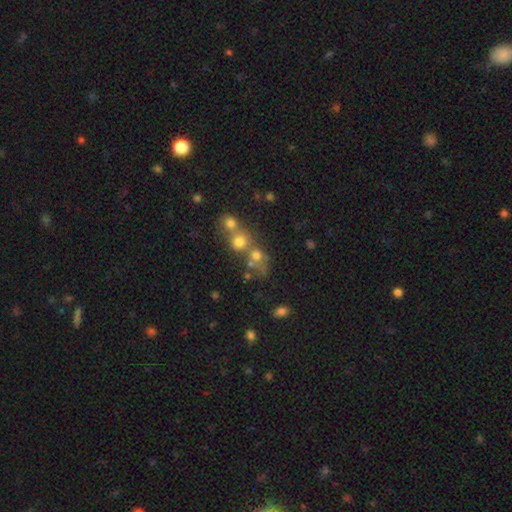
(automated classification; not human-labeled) This appears to be a smooth galaxy with no disk features (55%) that is round (76%). Merging: merger (51%).